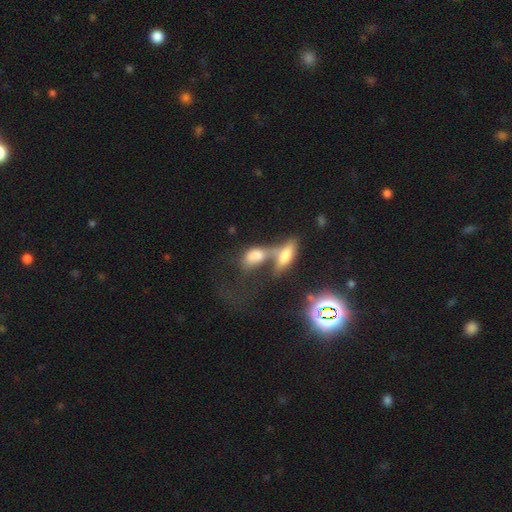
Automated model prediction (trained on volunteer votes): This is likely a smooth galaxy (65%). How rounded: clearly in between (83%). Merging: likely merger (71%).